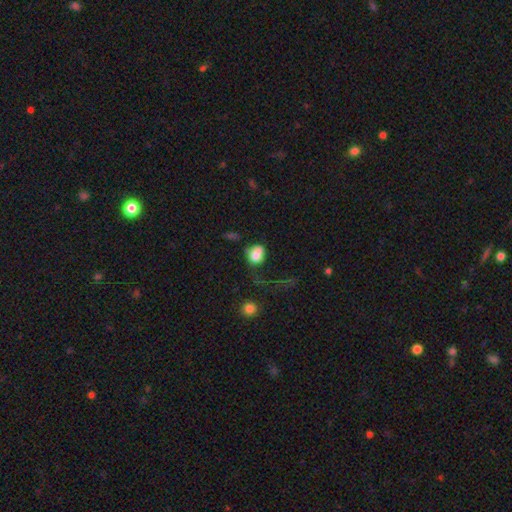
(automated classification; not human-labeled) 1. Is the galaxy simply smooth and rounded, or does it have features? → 77% smooth, 13% featured or disk, 11% star or artifact.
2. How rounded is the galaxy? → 50% in between, 49% round, 2% cigar-shaped.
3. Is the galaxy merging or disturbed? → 33% none, 31% major disturbance, 24% minor disturbance, 12% merger.